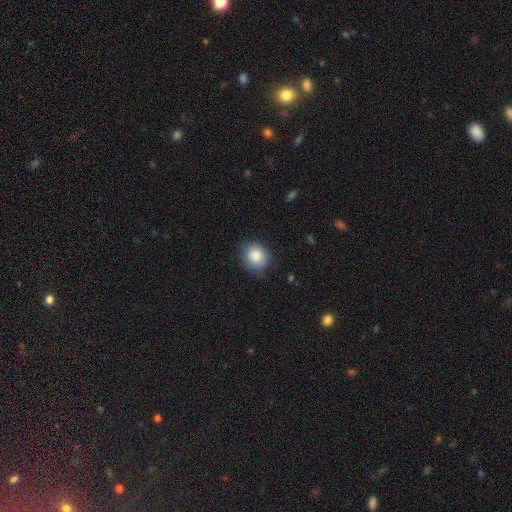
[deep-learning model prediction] smooth-or-featured: smooth: 87% | star or artifact: 8% | featured or disk: 5%
  how-rounded: round: 79% | in between: 20% | cigar-shaped: 1%
  merging: none: 78% | minor disturbance: 17% | major disturbance: 4% | merger: 1%